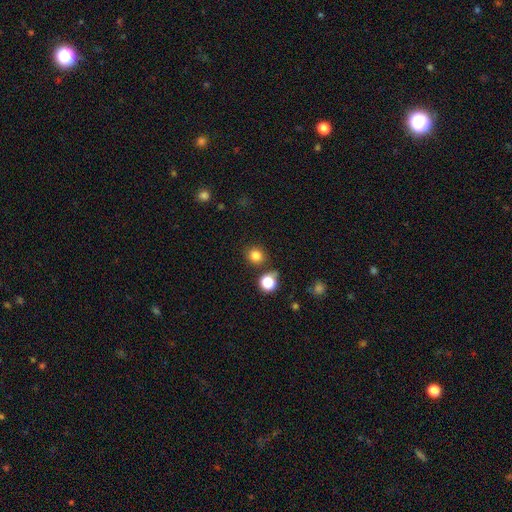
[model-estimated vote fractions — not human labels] Morphology: type=smooth (81%); roundness=round (87%); merging=none (84%).